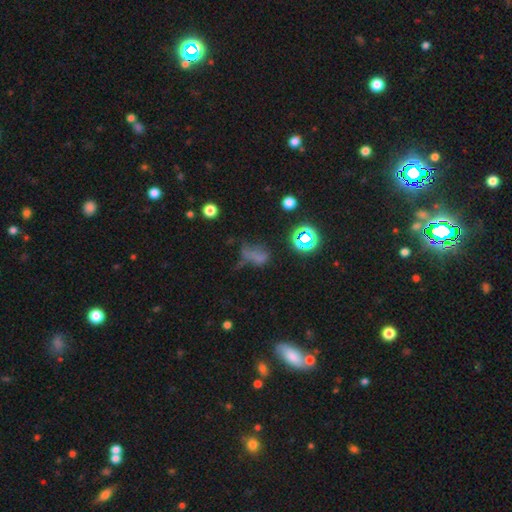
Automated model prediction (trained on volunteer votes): Smooth or featured? smooth (47%)
Merging? none (36%)